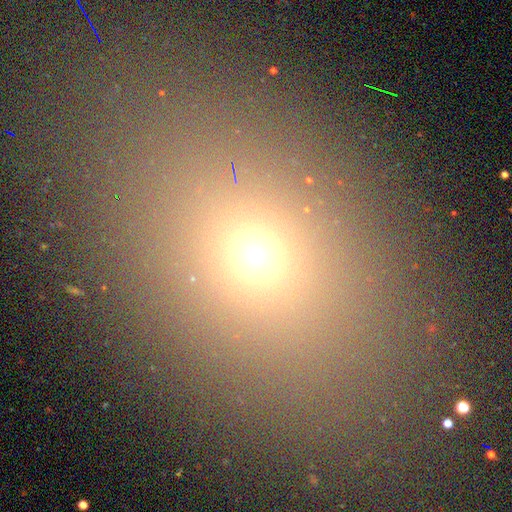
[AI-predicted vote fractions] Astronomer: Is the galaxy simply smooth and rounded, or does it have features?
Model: smooth — 66%.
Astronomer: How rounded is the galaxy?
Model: round — 64%.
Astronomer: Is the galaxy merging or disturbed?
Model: none — 74%.